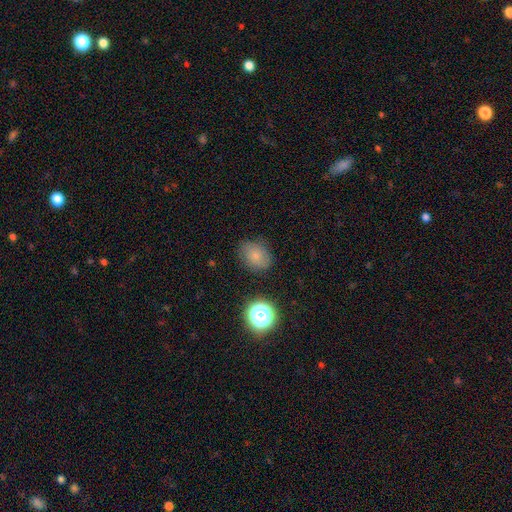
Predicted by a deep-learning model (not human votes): This is likely a smooth galaxy (75%). How rounded: possibly in between (55%). Merging: likely none (79%).